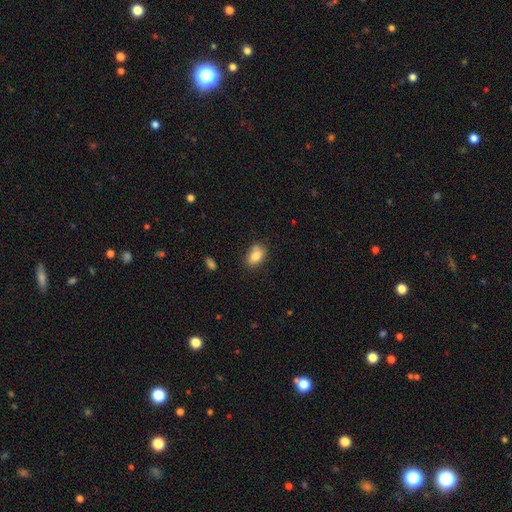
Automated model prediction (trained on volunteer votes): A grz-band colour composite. It shows a smooth galaxy with no disk features (82%) that is in between round and cigar-shaped (83%). Merging: none (73%).